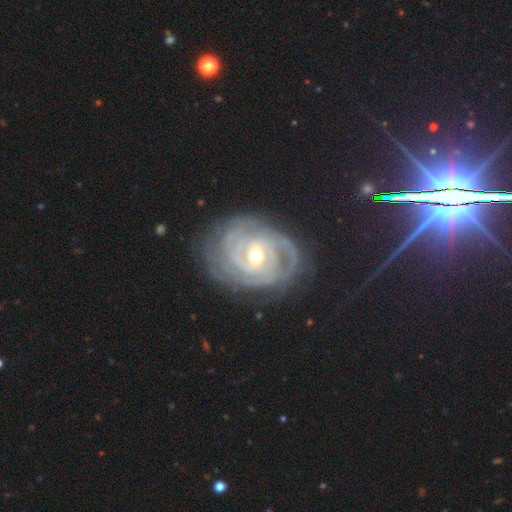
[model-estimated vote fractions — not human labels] A featured or disk galaxy (89%) with a weak bar (44%), 3 (26%) tight (79%) spiral arms (98%) and a moderate central bulge (53%). Merging: none (76%).